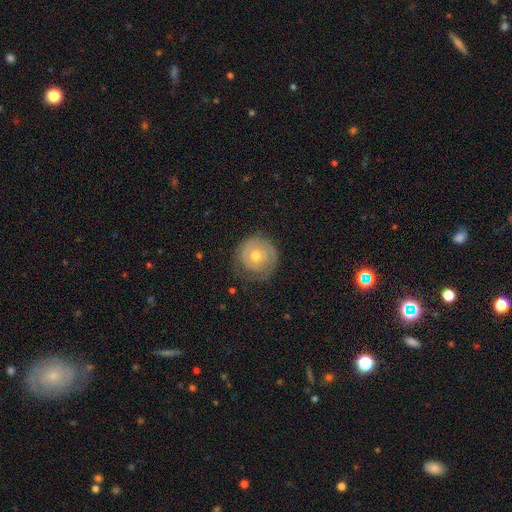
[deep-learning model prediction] A featured or disk galaxy (58%) with no bar (85%), spiral arms (67%) and a moderate central bulge (64%).

Vote fractions:
- Smooth or featured? featured or disk: 58% / smooth: 35% / star or artifact: 6%
- Edge-on disk? no: 97% / yes: 3%
- Bar? no: 85% / weak: 12% / strong: 3%
- Spiral arms? yes: 67% / no: 33%
- Bulge size? moderate: 64% / small: 32% / large: 2% / none: 1% / dominant: 1%
- Merging? none: 69% / minor disturbance: 21% / major disturbance: 9% / merger: 1%